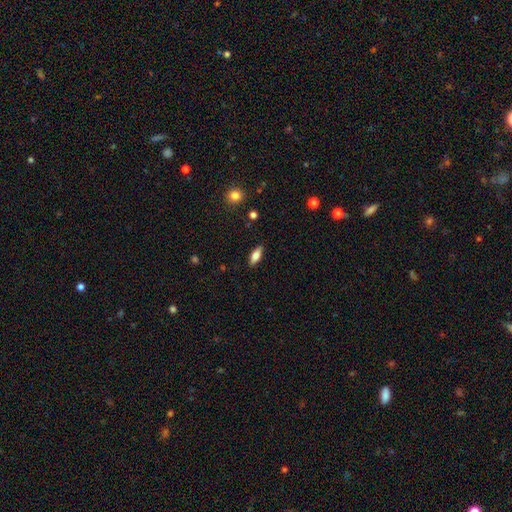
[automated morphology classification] smooth 75%, featured or disk 18%, star or artifact 7%. Down the decision tree: how rounded — in between (77%); merging — none (87%).